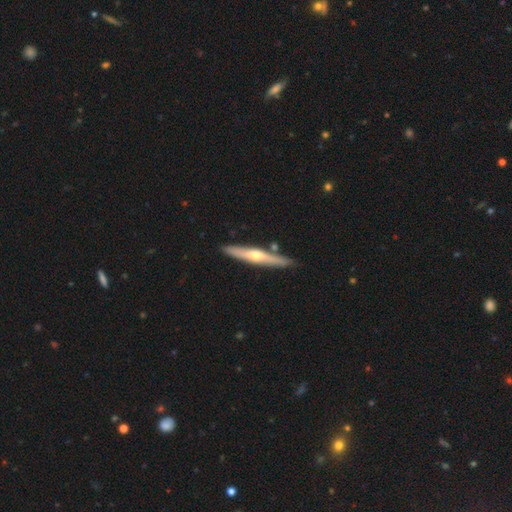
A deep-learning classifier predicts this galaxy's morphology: Smooth or featured? featured or disk (66%)
Edge-on disk? yes (94%)
Edge-on bulge? rounded (87%)
Merging? none (84%)